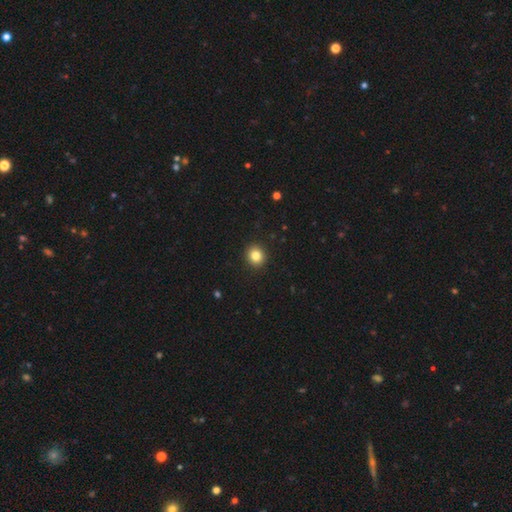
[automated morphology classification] smooth 83%, star or artifact 11%, featured or disk 6%. Down the decision tree: how rounded — round (85%); merging — none (92%).